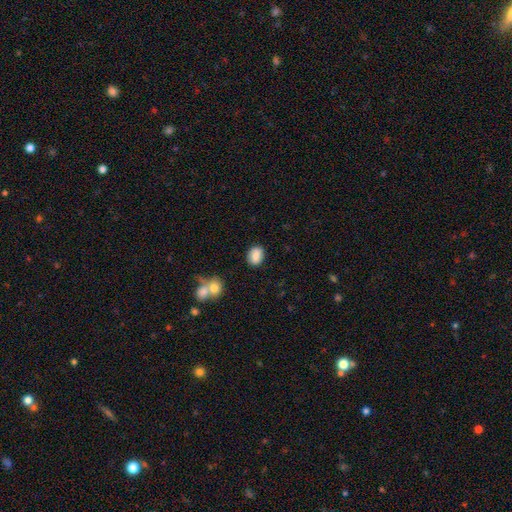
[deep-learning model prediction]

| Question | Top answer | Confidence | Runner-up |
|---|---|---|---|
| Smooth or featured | smooth | 84% | star or artifact (8%) |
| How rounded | in between | 63% | round (36%) |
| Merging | none | 84% | minor disturbance (10%) |